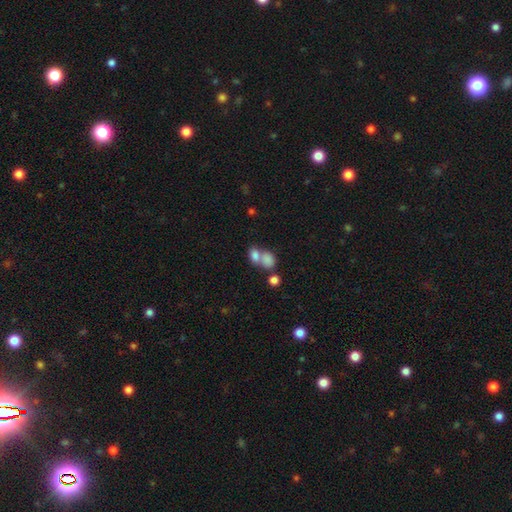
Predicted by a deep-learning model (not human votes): A smooth galaxy with no disk features (79%) that is in between round and cigar-shaped (69%).

Vote fractions:
- Smooth or featured? smooth: 79% / featured or disk: 11% / star or artifact: 10%
- How rounded? in between: 69% / round: 30% / cigar-shaped: 2%
- Merging? merger: 60% / none: 27% / minor disturbance: 8% / major disturbance: 5%